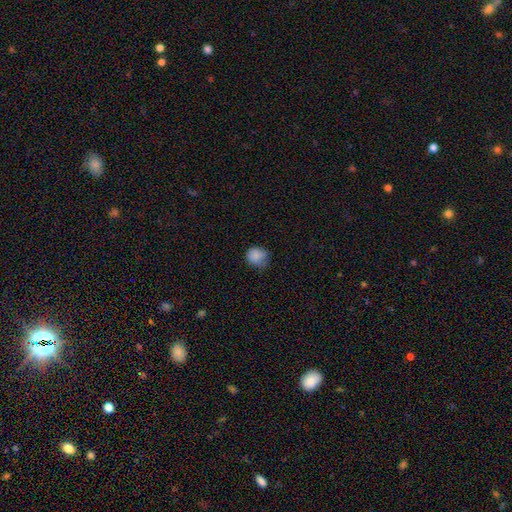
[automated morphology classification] Smooth or featured: smooth — 85% (star or artifact — 10%)
How rounded: round — 80% (in between — 19%)
Merging: none — 60% (minor disturbance — 32%)